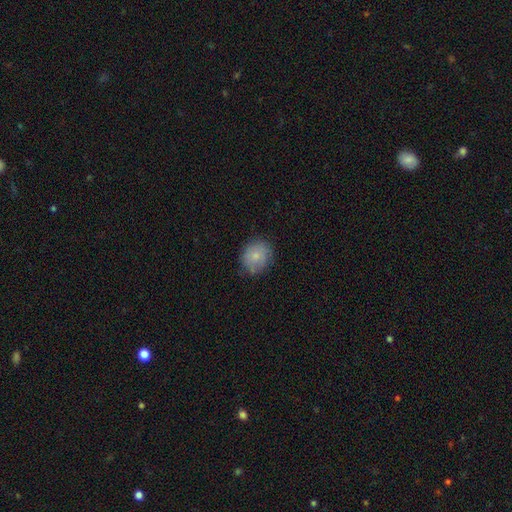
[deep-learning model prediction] smooth 79%, featured or disk 14%, star or artifact 8%. Down the decision tree: how rounded — round (75%); merging — none (76%).